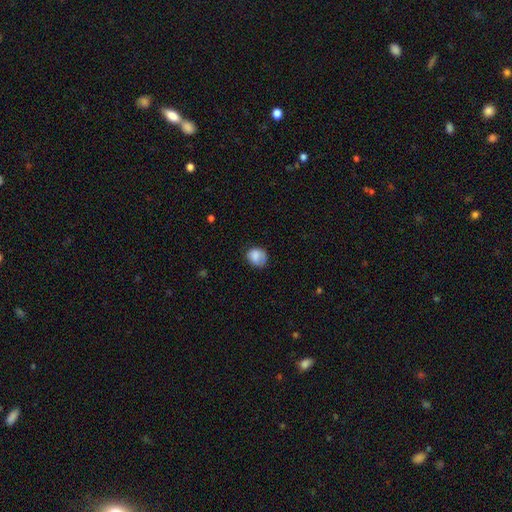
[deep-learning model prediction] This is clearly a smooth galaxy (81%). How rounded: likely round (65%). Merging: likely none (60%).